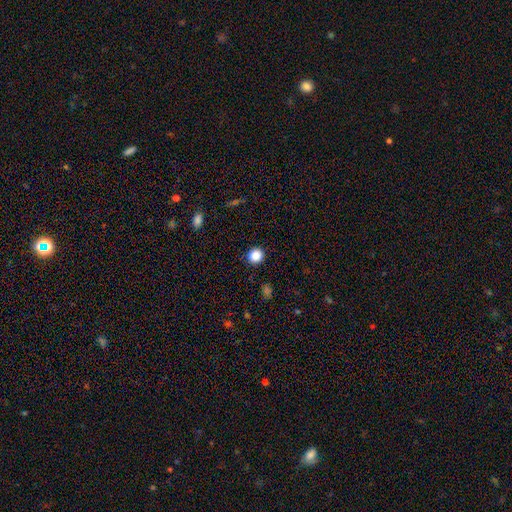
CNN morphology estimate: Q: Smooth or featured?
A: smooth (87%); runner-up: star or artifact (10%)
Q: How rounded?
A: round (92%); runner-up: in between (7%)
Q: Merging?
A: none (92%); runner-up: minor disturbance (5%)